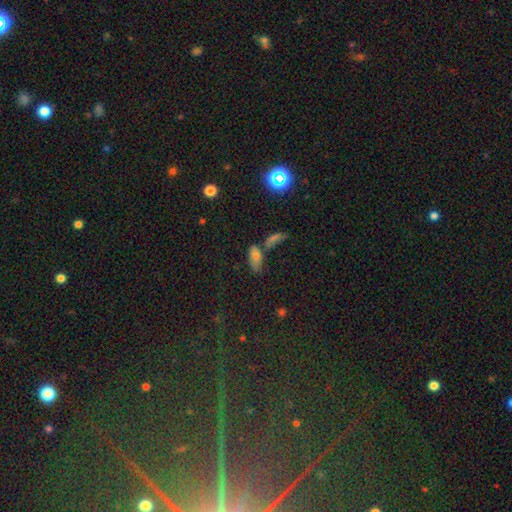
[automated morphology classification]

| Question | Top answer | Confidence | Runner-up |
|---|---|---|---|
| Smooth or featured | smooth | 66% | star or artifact (18%) |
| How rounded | in between | 84% | cigar-shaped (11%) |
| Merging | none | 48% | merger (24%) |